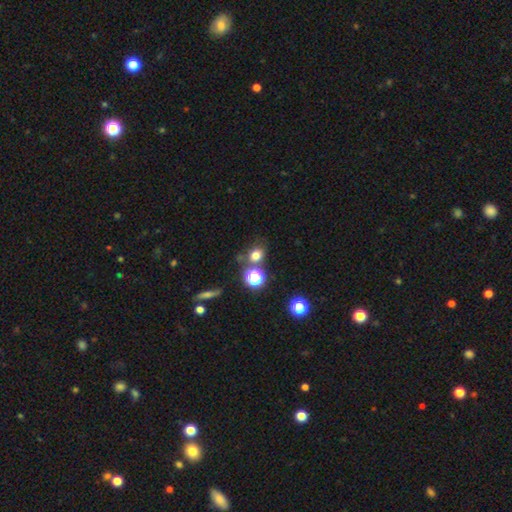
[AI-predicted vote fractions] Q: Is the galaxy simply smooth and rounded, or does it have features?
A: smooth — 71%.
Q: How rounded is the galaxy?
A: round — 66%.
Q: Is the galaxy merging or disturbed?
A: none — 66%.